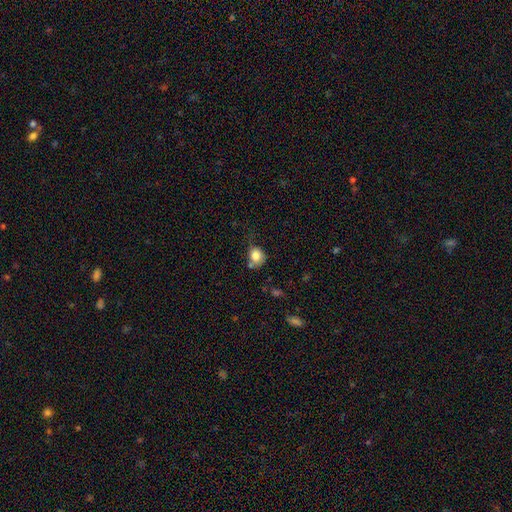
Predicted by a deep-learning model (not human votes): A smooth galaxy with no disk features (81%) that is round (70%). Merging: none (43%).